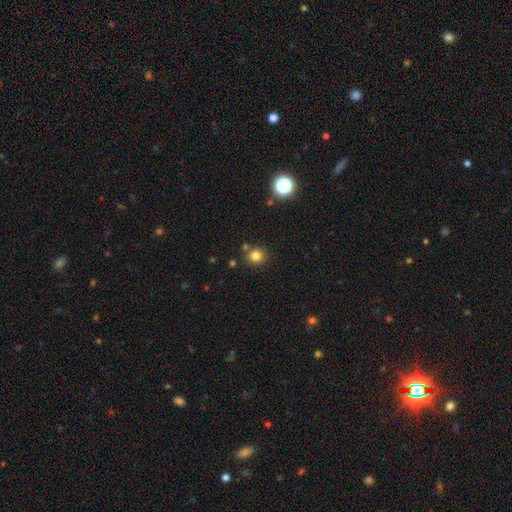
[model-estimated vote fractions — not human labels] This is likely a smooth galaxy (80%). How rounded: clearly round (90%). Merging: clearly none (82%).